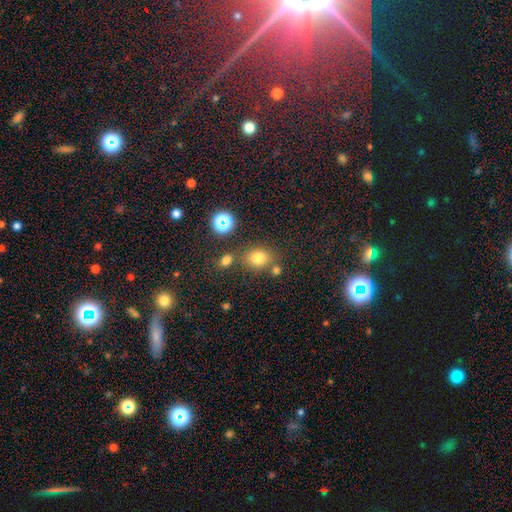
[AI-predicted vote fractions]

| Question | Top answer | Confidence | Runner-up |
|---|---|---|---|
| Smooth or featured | smooth | 69% | star or artifact (22%) |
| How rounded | round | 59% | in between (40%) |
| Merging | none | 74% | merger (11%) |